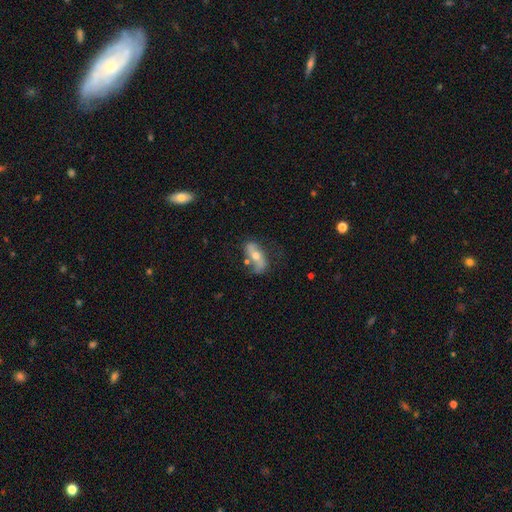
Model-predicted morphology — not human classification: A featured or disk galaxy (62%).

Vote fractions:
- Smooth or featured? featured or disk: 62% / smooth: 30% / star or artifact: 8%
- Edge-on disk? no: 80% / yes: 20%
- Merging? none: 62% / minor disturbance: 22% / major disturbance: 10% / merger: 6%